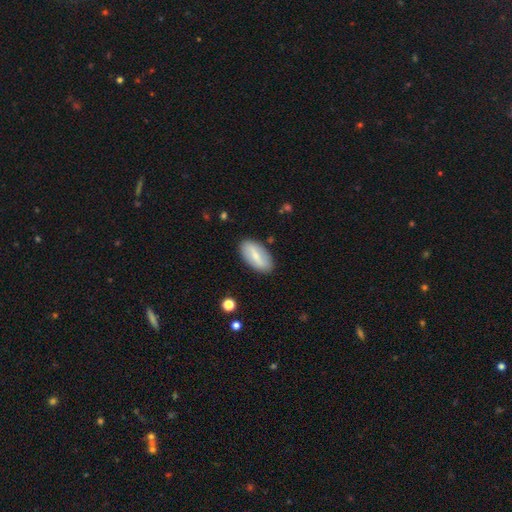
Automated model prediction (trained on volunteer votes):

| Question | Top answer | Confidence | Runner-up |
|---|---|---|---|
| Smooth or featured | smooth | 54% | featured or disk (40%) |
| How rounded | in between | 89% | cigar-shaped (8%) |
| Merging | none | 87% | minor disturbance (10%) |